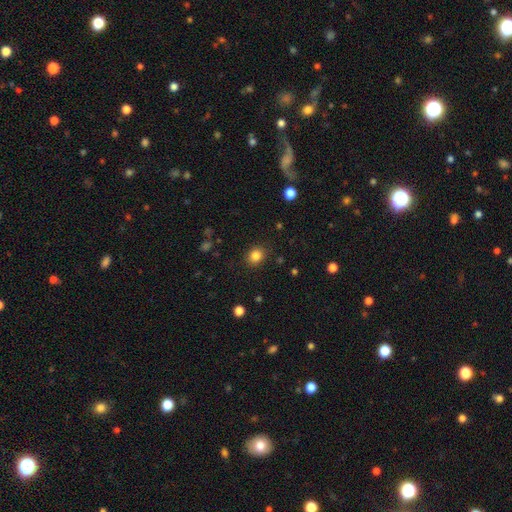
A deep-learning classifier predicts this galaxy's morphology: The model was most divided on "how rounded": round: 70%, in between: 29%, cigar-shaped: 1%. More confident: merging — none (88%); smooth or featured — smooth (83%).